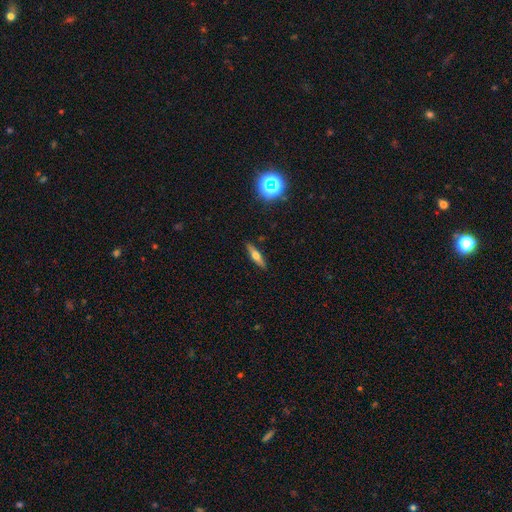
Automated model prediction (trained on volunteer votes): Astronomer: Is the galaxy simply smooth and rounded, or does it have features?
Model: featured or disk — 45%, tied with smooth at 45%.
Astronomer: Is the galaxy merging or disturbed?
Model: none — 89%.